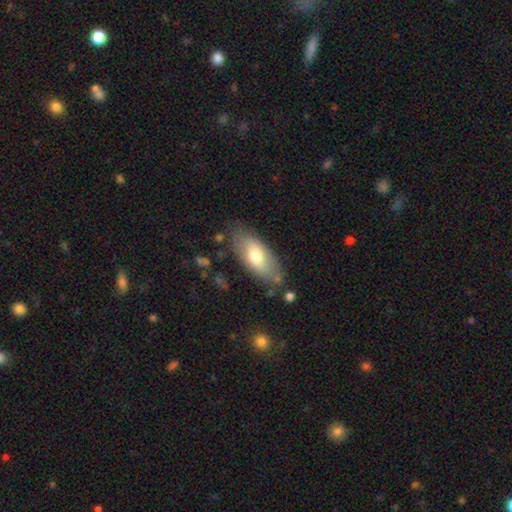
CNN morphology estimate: Smooth or featured: smooth — 67% (featured or disk — 27%)
How rounded: in between — 85% (cigar-shaped — 12%)
Merging: none — 75% (minor disturbance — 17%)